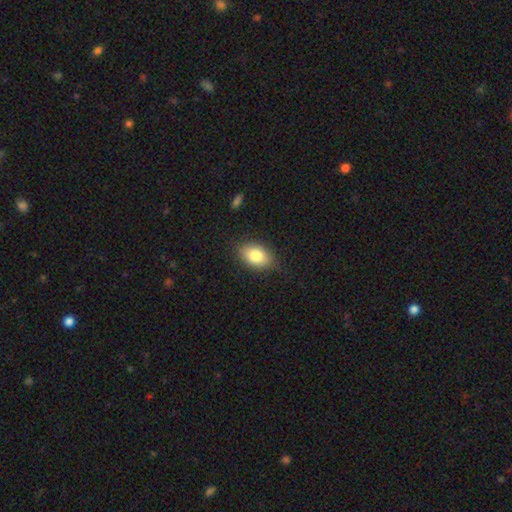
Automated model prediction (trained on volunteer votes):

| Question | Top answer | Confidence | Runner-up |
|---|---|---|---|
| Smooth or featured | smooth | 82% | featured or disk (10%) |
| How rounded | in between | 87% | round (11%) |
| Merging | none | 82% | minor disturbance (14%) |